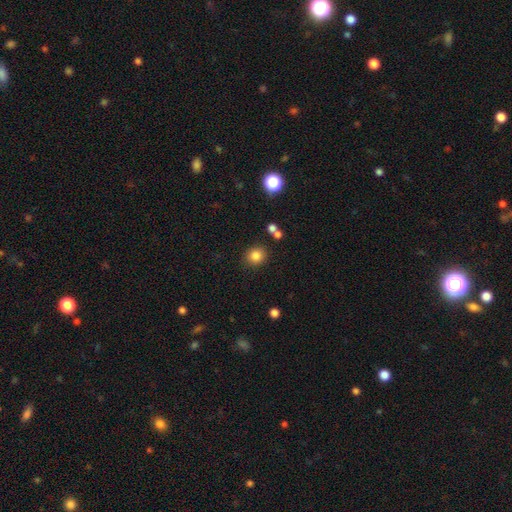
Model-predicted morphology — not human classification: Q: Smooth or featured?
A: smooth (83%); runner-up: star or artifact (11%)
Q: How rounded?
A: round (81%); runner-up: in between (18%)
Q: Merging?
A: none (85%); runner-up: minor disturbance (8%)